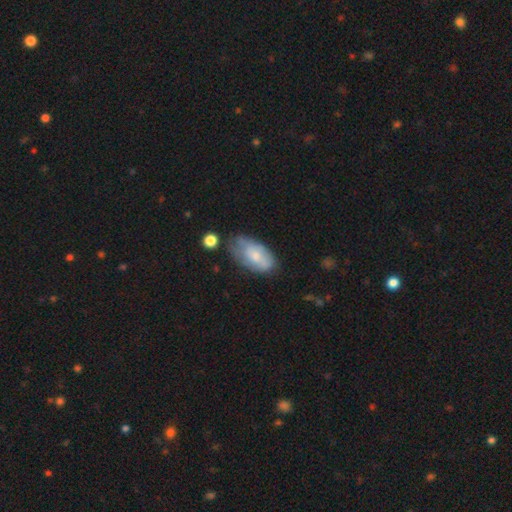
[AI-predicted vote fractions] Overall: smooth (61%; featured or disk 32%). How rounded: in between (93%). Merging: none (47%; minor disturbance 35%).